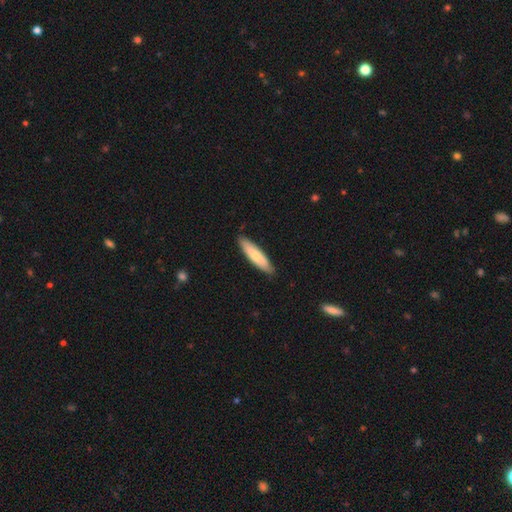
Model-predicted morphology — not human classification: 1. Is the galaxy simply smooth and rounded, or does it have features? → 70% smooth, 25% featured or disk, 5% star or artifact.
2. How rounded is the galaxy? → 73% cigar-shaped, 26% in between, 1% round.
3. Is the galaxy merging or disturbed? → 88% none, 10% minor disturbance, 2% major disturbance, 1% merger.